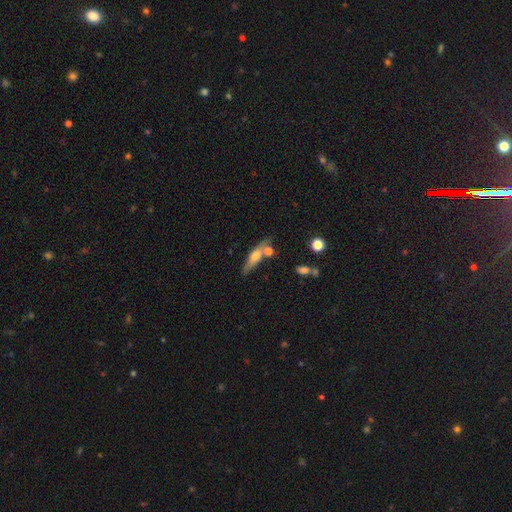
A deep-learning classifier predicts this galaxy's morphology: Q: Smooth or featured?
A: smooth (48%); runner-up: featured or disk (45%)
Q: Merging?
A: none (64%); runner-up: merger (17%)